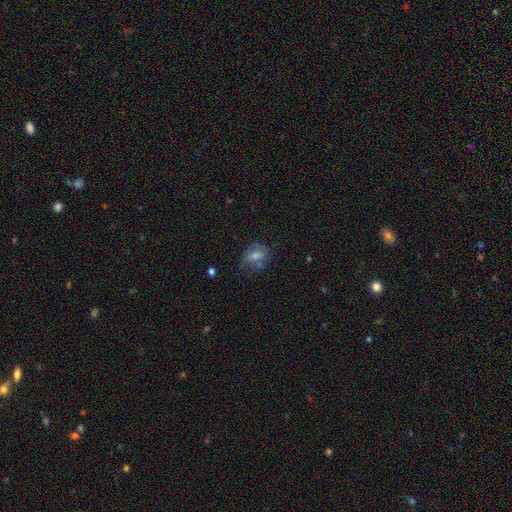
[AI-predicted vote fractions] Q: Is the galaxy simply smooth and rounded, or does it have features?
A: smooth — 69%.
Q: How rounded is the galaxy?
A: in between — 64%.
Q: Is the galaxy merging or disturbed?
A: none — 57%.